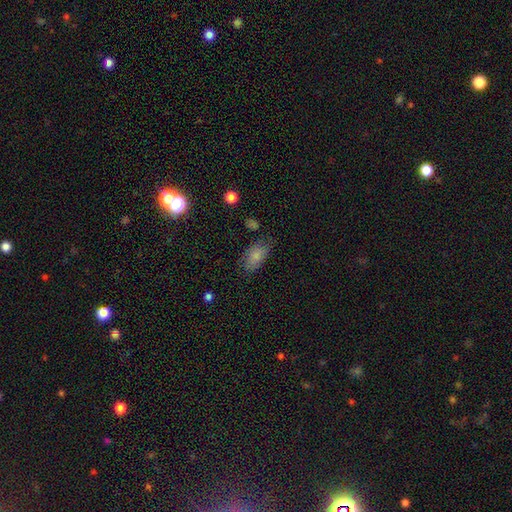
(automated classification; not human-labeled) smooth 77%, featured or disk 13%, star or artifact 11%. Down the decision tree: how rounded — in between (90%); merging — none (65%).